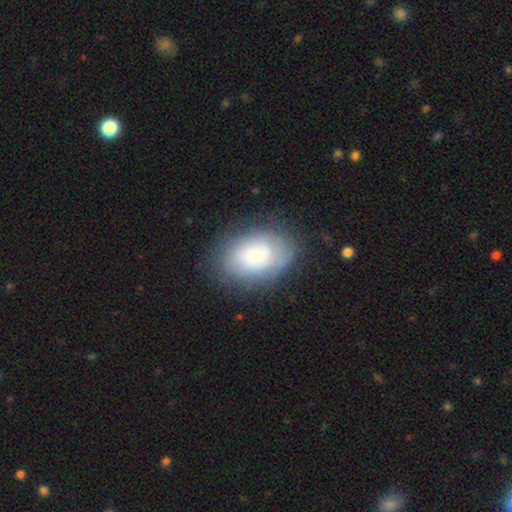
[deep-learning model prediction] Overall: smooth (66%). How rounded: in between (82%). Merging: none (70%).